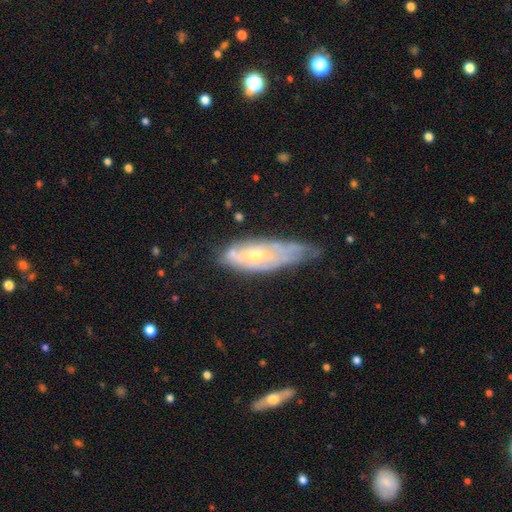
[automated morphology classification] Smooth or featured: featured or disk — 65% (smooth — 28%)
Edge-on disk: no — 78% (yes — 22%)
Bar: no — 59% (weak — 32%)
Spiral arms: yes — 65% (no — 35%)
Bulge size: moderate — 54% (small — 39%)
Merging: none — 38% (tied with minor disturbance — 38%)